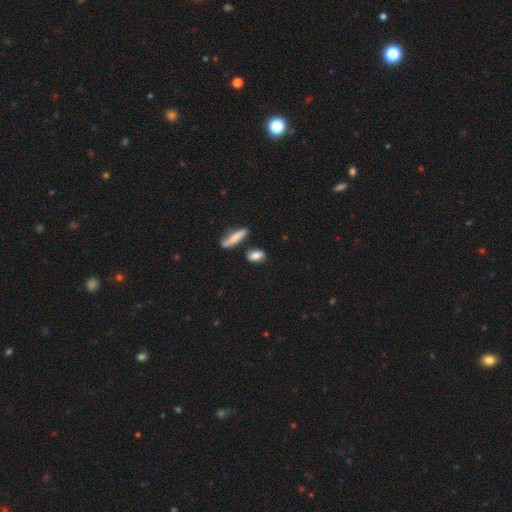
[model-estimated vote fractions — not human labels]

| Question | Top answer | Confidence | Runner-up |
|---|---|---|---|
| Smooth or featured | smooth | 80% | featured or disk (12%) |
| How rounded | in between | 77% | cigar-shaped (14%) |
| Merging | none | 71% | minor disturbance (15%) |